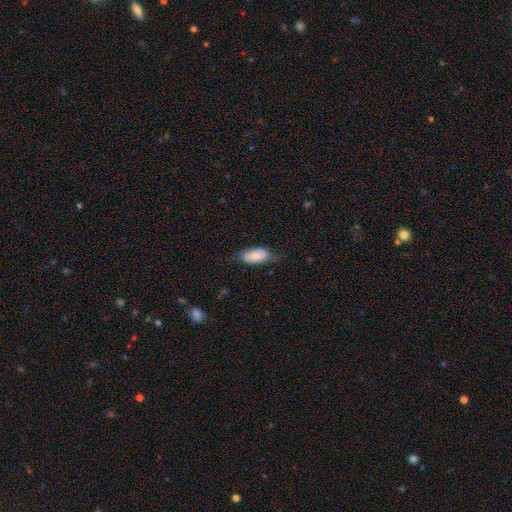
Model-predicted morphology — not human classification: Overall: smooth (71%). How rounded: in between (90%). Merging: none (65%; minor disturbance 26%).